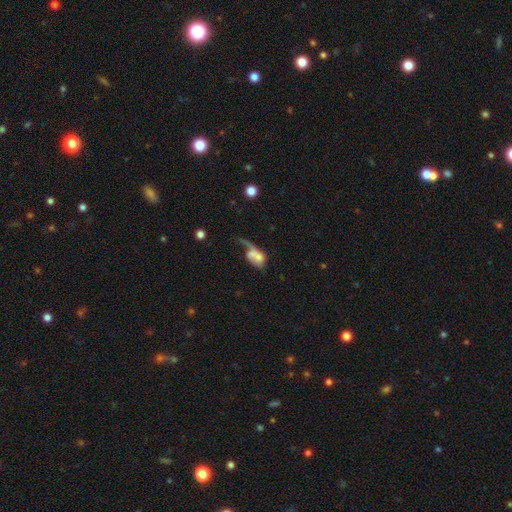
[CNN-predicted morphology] Smooth or featured?
  - smooth: 52% *
  - featured or disk: 38%
  - star or artifact: 11%
How rounded?
  - in between: 74% *
  - round: 19%
  - cigar-shaped: 7%
Merging?
  - merger: 38% *
  - major disturbance: 32%
  - none: 18%
  - minor disturbance: 13%